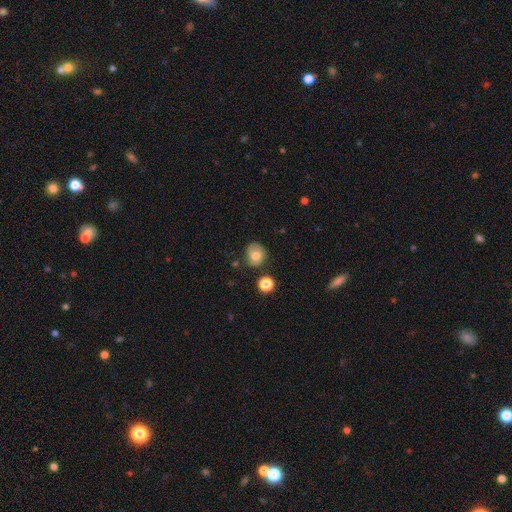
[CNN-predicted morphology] smooth 68%, featured or disk 21%, star or artifact 10%. Down the decision tree: how rounded — round (72%); merging — none (63%).